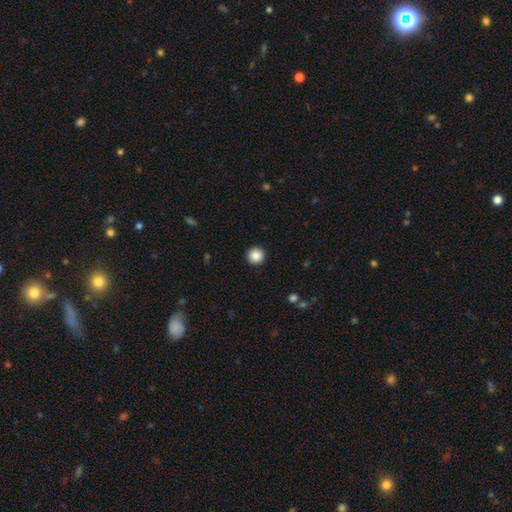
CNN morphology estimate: The model was most divided on "smooth or featured": smooth: 87%, star or artifact: 10%, featured or disk: 3%. More confident: how rounded — round (96%); merging — none (93%).